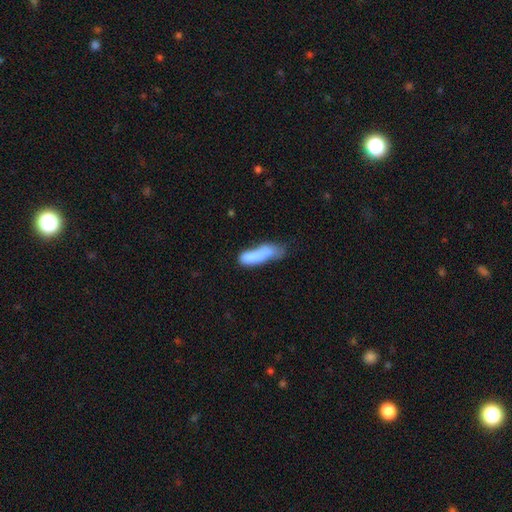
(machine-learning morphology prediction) smooth 73%, featured or disk 18%, star or artifact 9%. Down the decision tree: how rounded — cigar-shaped (55%); merging — merger (30%).